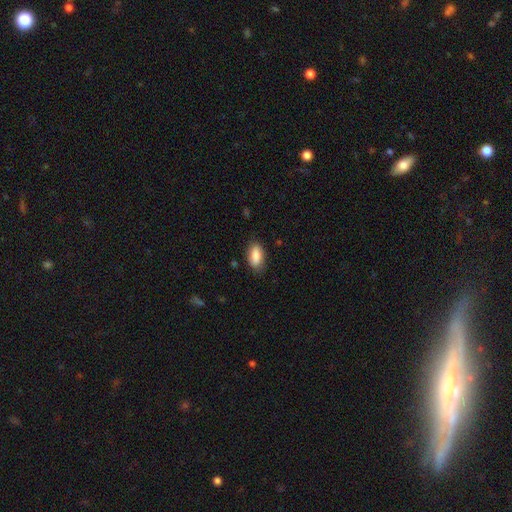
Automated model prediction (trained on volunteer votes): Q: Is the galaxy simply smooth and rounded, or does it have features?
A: smooth — 85%.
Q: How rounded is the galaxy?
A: in between — 91%.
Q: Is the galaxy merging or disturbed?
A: none — 82%.